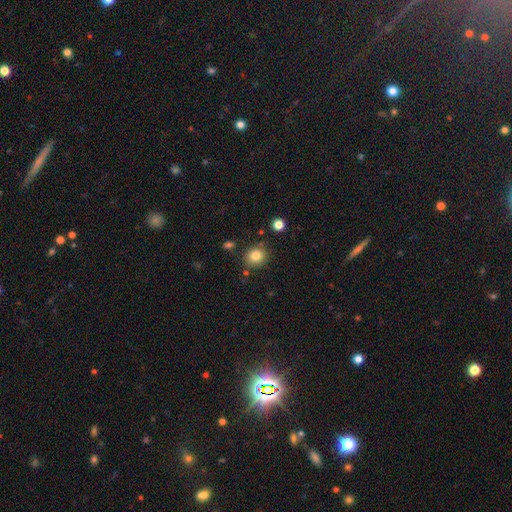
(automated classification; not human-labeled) The model was most divided on "how rounded": round: 80%, in between: 19%, cigar-shaped: 1%. More confident: merging — none (83%); smooth or featured — smooth (82%).